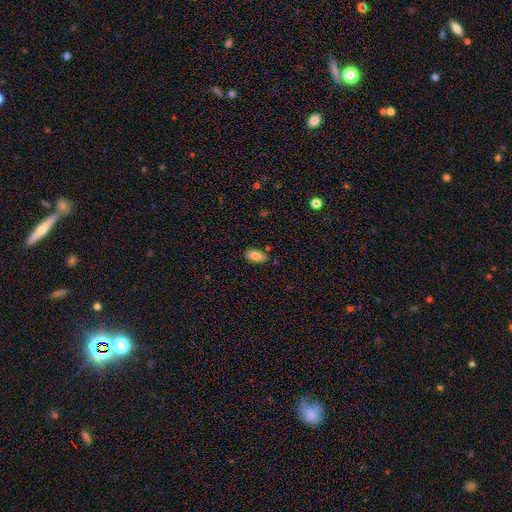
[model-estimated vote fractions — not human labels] Smooth or featured? smooth (81%)
How rounded? in between (93%)
Merging? none (84%)